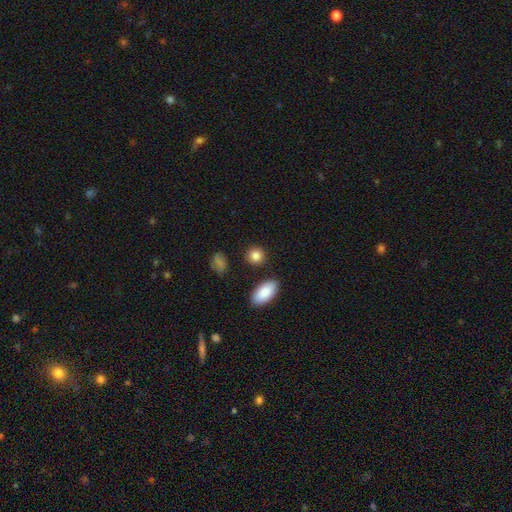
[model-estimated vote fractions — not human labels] Q: Smooth or featured?
A: smooth (86%); runner-up: star or artifact (9%)
Q: How rounded?
A: round (77%); runner-up: in between (21%)
Q: Merging?
A: none (85%); runner-up: minor disturbance (8%)